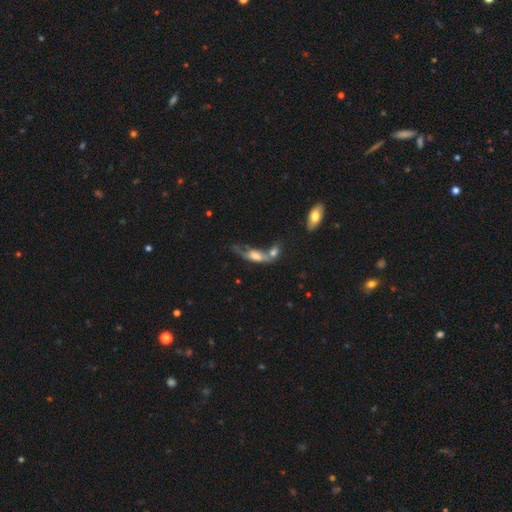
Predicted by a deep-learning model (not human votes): Overall: smooth (51%; featured or disk 39%). How rounded: in between (65%; cigar-shaped 30%). Merging: merger (52%; major disturbance 18%).